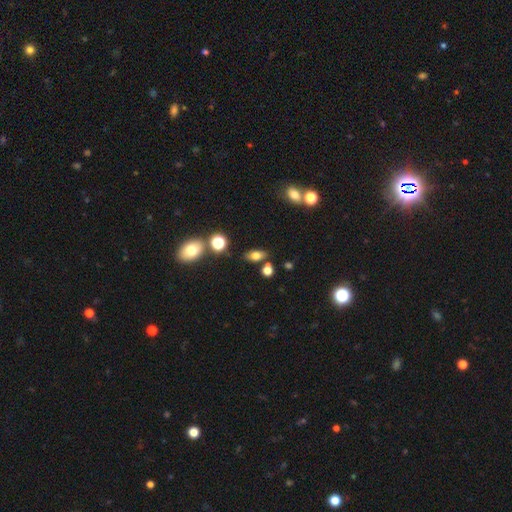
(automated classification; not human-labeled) A smooth galaxy with no disk features (70%) that is in between round and cigar-shaped (81%). Merging: none (76%).